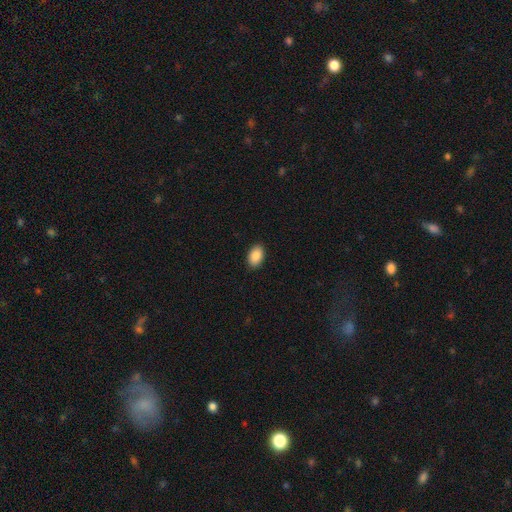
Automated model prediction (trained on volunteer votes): The model was most divided on "merging": none: 90%, minor disturbance: 7%, major disturbance: 2%, merger: 1%. More confident: how rounded — in between (91%); smooth or featured — smooth (89%).